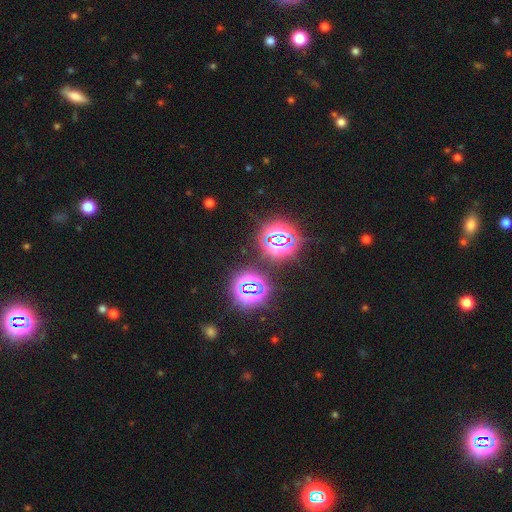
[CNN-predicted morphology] Smooth or featured?
  - star or artifact: 77% *
  - smooth: 17%
  - featured or disk: 6%